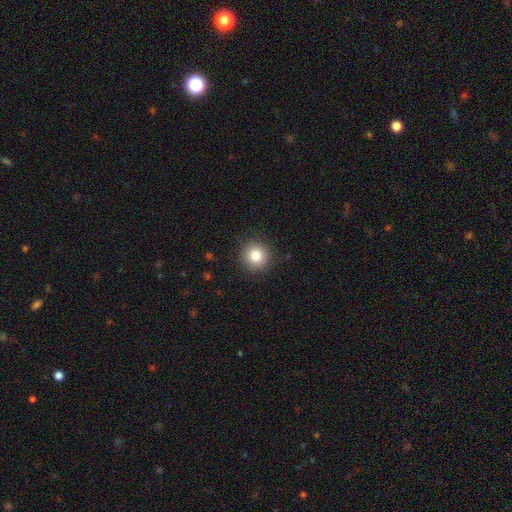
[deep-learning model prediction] A smooth galaxy with no disk features (83%) that is round (93%). Merging: none (91%).